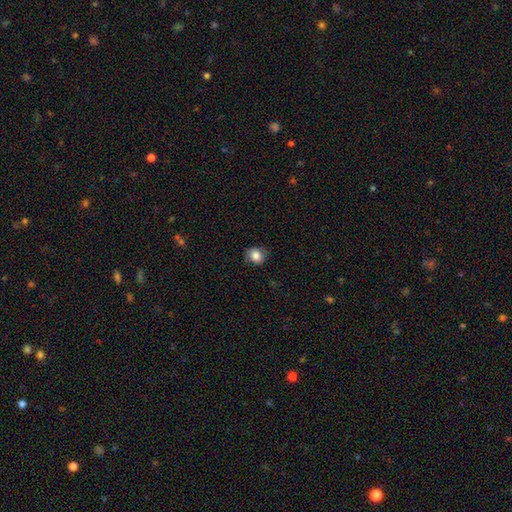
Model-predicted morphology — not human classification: Overall: smooth (82%). How rounded: round (69%; in between 30%). Merging: none (76%).